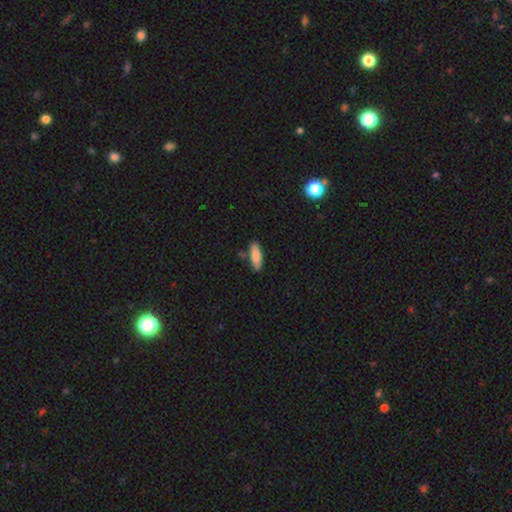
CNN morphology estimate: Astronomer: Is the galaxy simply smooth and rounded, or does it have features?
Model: smooth — 85%.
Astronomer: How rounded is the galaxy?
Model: in between — 57% (runner-up: cigar-shaped, 42%).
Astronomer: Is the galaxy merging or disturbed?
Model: none — 83%.